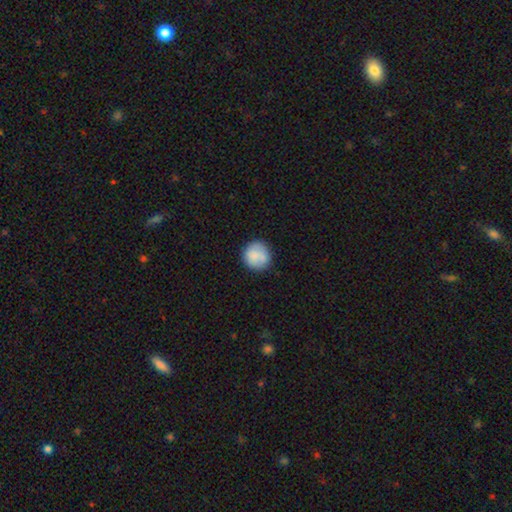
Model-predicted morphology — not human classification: Smooth or featured? Predicted: smooth (p=0.82). How rounded? Predicted: round (p=0.93). Merging? Predicted: none (p=0.81).